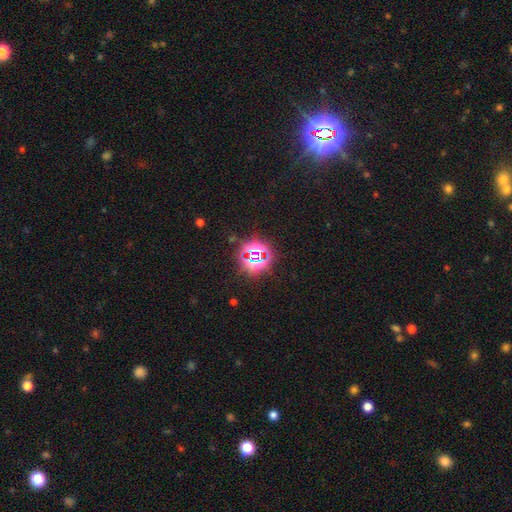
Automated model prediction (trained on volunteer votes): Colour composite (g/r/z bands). It shows a star or artifact, not a galaxy (74%).